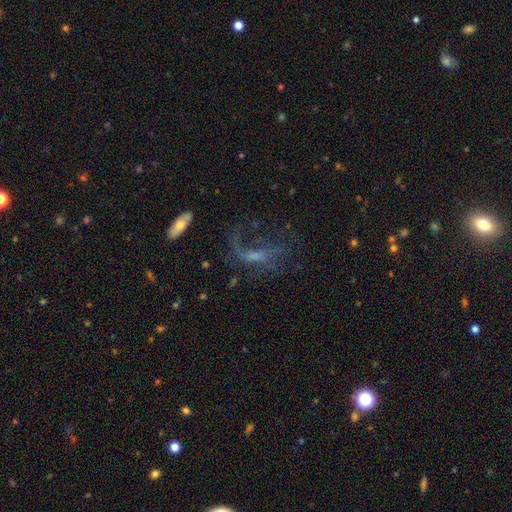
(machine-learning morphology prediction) featured or disk 63%, smooth 19%, star or artifact 17%. Down the decision tree: edge-on disk — no (90%); bar — no (51%); spiral arms — yes (60%); bulge size — small (38%); merging — major disturbance (46%).